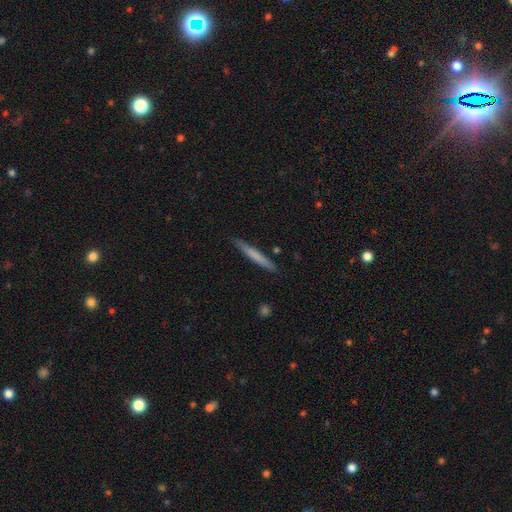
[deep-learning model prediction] Q: Smooth or featured?
A: smooth (67%); runner-up: featured or disk (28%)
Q: How rounded?
A: cigar-shaped (96%); runner-up: in between (3%)
Q: Merging?
A: none (87%); runner-up: minor disturbance (10%)